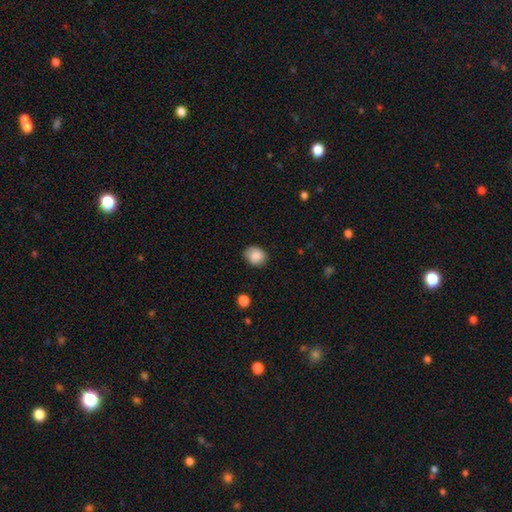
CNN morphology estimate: Smooth or featured? Predicted: smooth (p=0.87). How rounded? Predicted: round (p=0.57). Merging? Predicted: none (p=0.77).